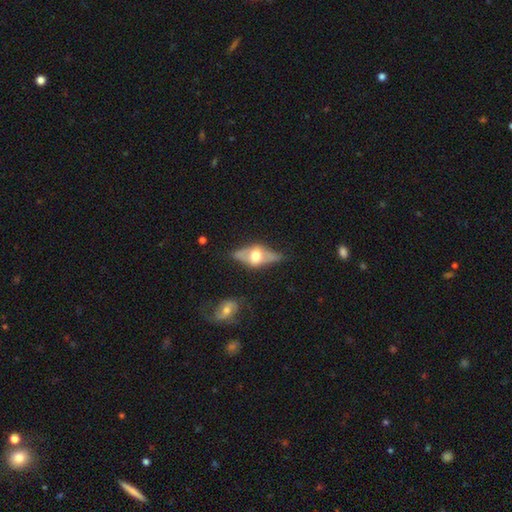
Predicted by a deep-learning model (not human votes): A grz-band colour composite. It shows a featured or disk galaxy (66%) viewed edge-on (80%) with a rounded central bulge (93%). Merging: none (65%).